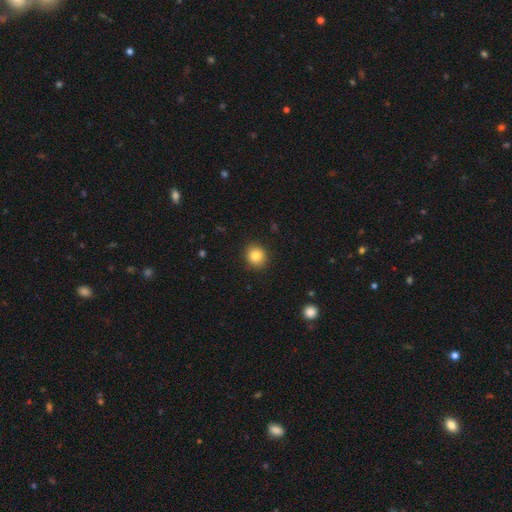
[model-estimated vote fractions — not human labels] smooth-or-featured: smooth: 83% | star or artifact: 10% | featured or disk: 7%
  how-rounded: round: 82% | in between: 17% | cigar-shaped: 1%
  merging: none: 91% | minor disturbance: 7% | major disturbance: 2% | merger: 1%